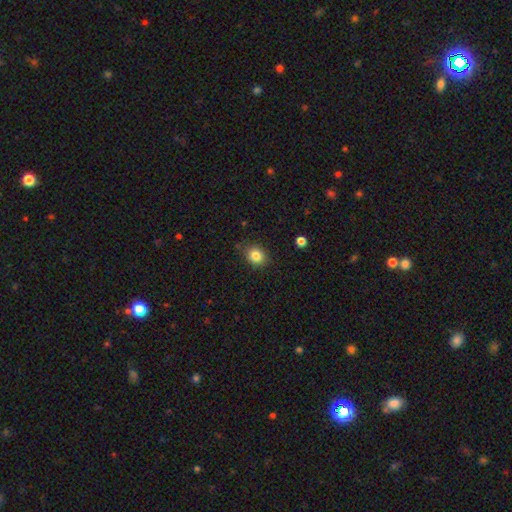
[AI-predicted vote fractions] smooth 83%, star or artifact 11%, featured or disk 6%. Down the decision tree: how rounded — round (66%); merging — none (85%).